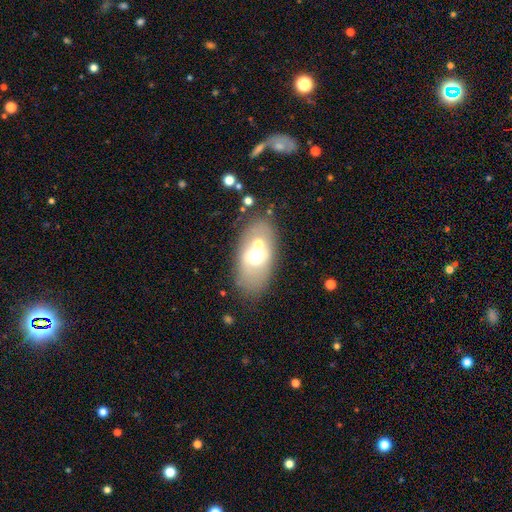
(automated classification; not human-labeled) Morphology: type=smooth (53%); roundness=in between (85%); merging=none (64%).